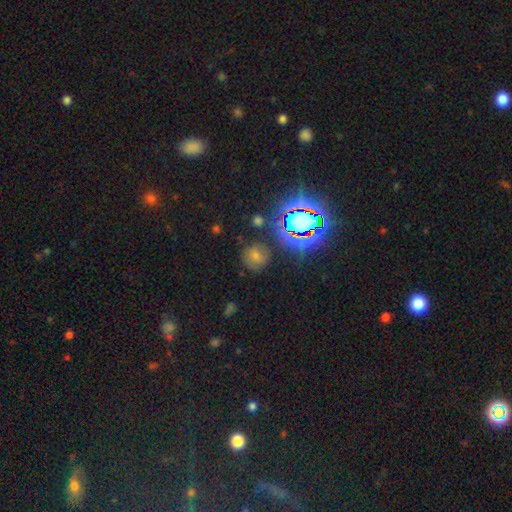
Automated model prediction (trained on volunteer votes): smooth 44%, star or artifact 42%, featured or disk 14%. Down the decision tree: merging — none (81%).